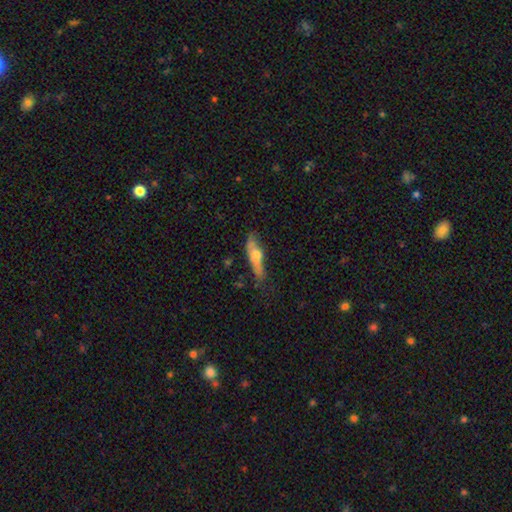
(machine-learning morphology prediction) smooth-or-featured: smooth: 59% | featured or disk: 34% | star or artifact: 7%
  how-rounded: cigar-shaped: 72% | in between: 25% | round: 2%
  merging: none: 53% | minor disturbance: 30% | major disturbance: 11% | merger: 5%